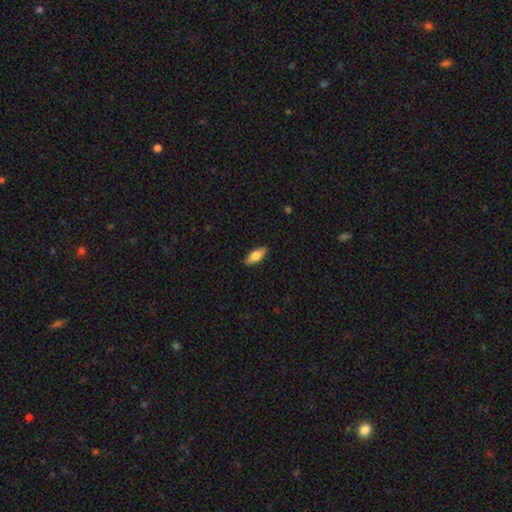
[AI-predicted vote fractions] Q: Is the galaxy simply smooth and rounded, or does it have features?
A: smooth — 70%.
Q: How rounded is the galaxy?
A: in between — 75%.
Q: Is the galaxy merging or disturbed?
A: none — 89%.